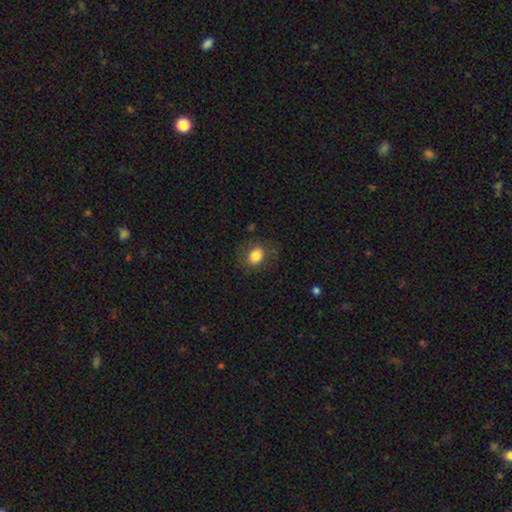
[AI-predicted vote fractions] smooth 80%, featured or disk 11%, star or artifact 9%. Down the decision tree: how rounded — round (54%); merging — none (75%).